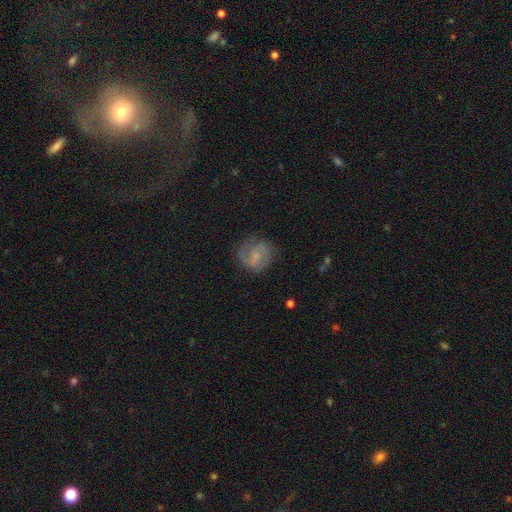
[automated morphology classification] Q: Smooth or featured?
A: featured or disk (67%); runner-up: smooth (25%)
Q: Edge-on disk?
A: no (98%); runner-up: yes (2%)
Q: Bar?
A: no (47%); runner-up: weak (45%)
Q: Spiral arms?
A: yes (92%); runner-up: no (8%)
Q: Spiral winding?
A: medium (48%); runner-up: tight (32%)
Q: Spiral arm count?
A: 2 (73%); runner-up: can't tell (12%)
Q: Bulge size?
A: small (56%); runner-up: none (23%)
Q: Merging?
A: none (73%); runner-up: minor disturbance (17%)